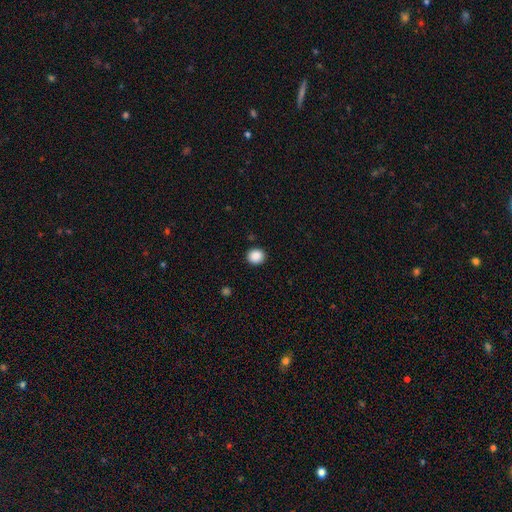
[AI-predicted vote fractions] A smooth galaxy with no disk features (88%) that is round (86%).

Vote fractions:
- Smooth or featured? smooth: 88% / star or artifact: 9% / featured or disk: 3%
- How rounded? round: 86% / in between: 13% / cigar-shaped: 1%
- Merging? none: 92% / minor disturbance: 6% / major disturbance: 2% / merger: 1%